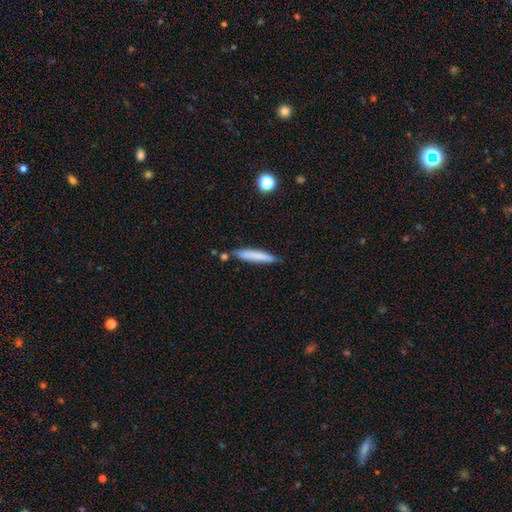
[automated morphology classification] This appears to be a smooth galaxy with no disk features (75%) that is cigar-shaped (92%). Merging: none (75%).